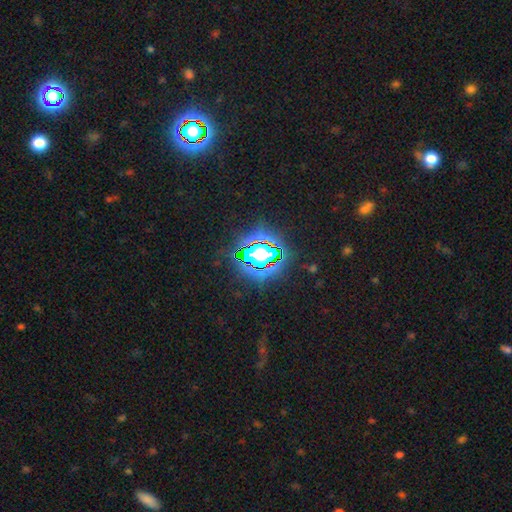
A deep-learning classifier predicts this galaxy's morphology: Smooth or featured? Predicted: star or artifact (p=0.81).